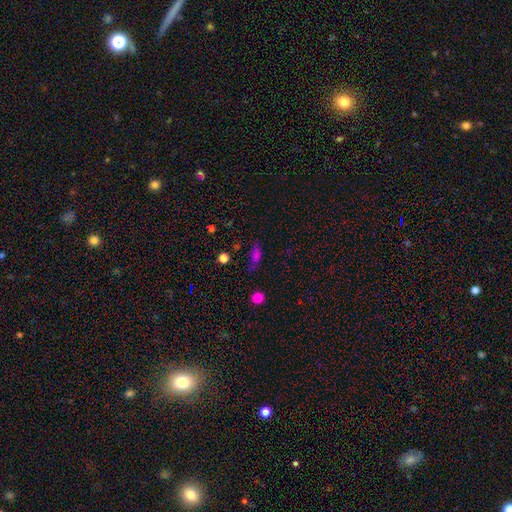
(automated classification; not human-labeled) smooth_or_featured: smooth (p=0.72) [alt: star or artifact p=0.18]
how_rounded: in between (p=0.72) [alt: cigar-shaped p=0.20]
merging: none (p=0.62) [alt: minor disturbance p=0.24]